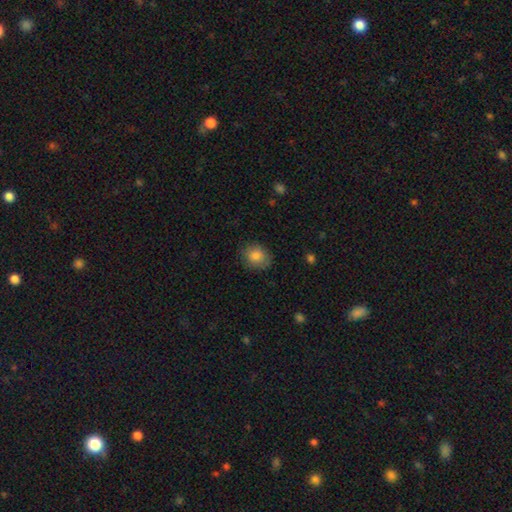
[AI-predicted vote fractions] Smooth or featured?
  - smooth: 84% *
  - star or artifact: 8%
  - featured or disk: 7%
How rounded?
  - round: 61% *
  - in between: 38%
  - cigar-shaped: 1%
Merging?
  - none: 82% *
  - minor disturbance: 14%
  - major disturbance: 3%
  - merger: 1%